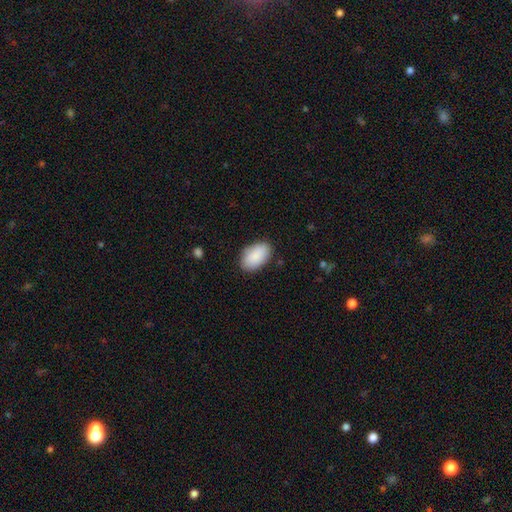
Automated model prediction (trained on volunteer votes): Overall: smooth (89%). How rounded: in between (94%). Merging: none (84%).